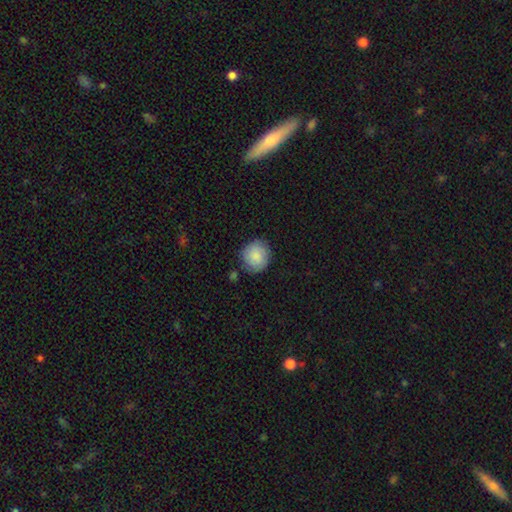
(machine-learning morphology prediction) Smooth or featured? smooth (84%)
How rounded? round (86%)
Merging? none (80%)